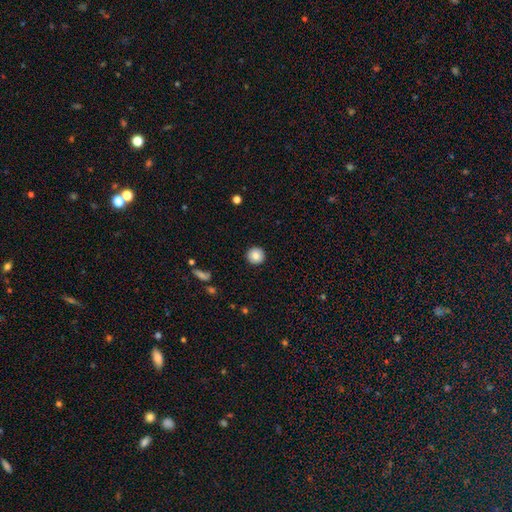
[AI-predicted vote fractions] A smooth galaxy with no disk features (83%) that is round (95%). Merging: none (93%).